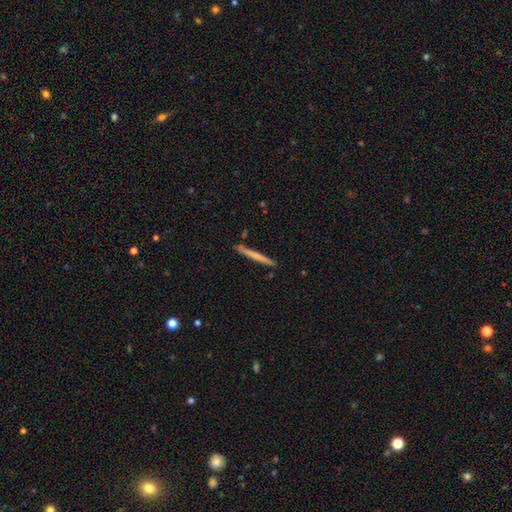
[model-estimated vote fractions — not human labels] The model was most divided on "smooth or featured": smooth: 57%, featured or disk: 38%, star or artifact: 5%. More confident: how rounded — cigar-shaped (97%); merging — none (90%).